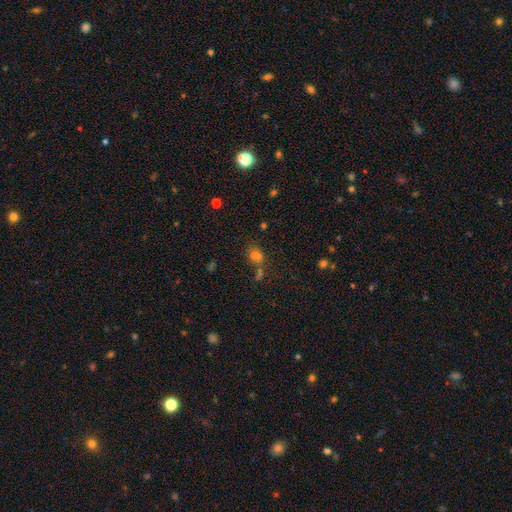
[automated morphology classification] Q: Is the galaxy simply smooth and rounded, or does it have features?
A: smooth — 59%.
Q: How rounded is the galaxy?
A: in between — 50%.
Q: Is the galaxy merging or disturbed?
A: none — 49%.